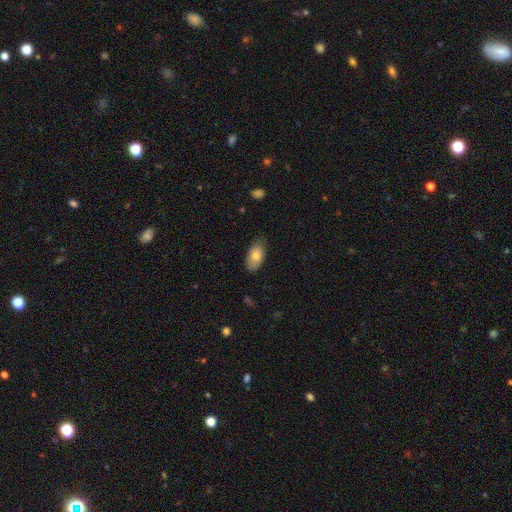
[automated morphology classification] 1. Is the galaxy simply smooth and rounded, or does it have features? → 79% smooth, 14% featured or disk, 7% star or artifact.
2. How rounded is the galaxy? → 93% in between, 4% round, 3% cigar-shaped.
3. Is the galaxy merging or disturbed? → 75% none, 20% minor disturbance, 3% major disturbance, 1% merger.